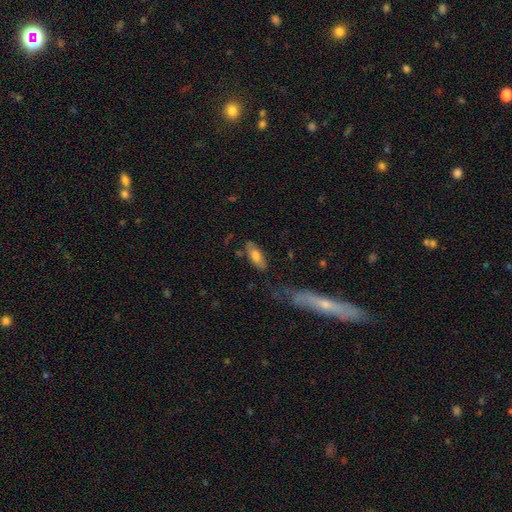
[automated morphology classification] Smooth or featured?
  - smooth: 69% *
  - featured or disk: 24%
  - star or artifact: 7%
How rounded?
  - in between: 77% *
  - cigar-shaped: 21%
  - round: 3%
Merging?
  - none: 64% *
  - minor disturbance: 21%
  - major disturbance: 9%
  - merger: 7%